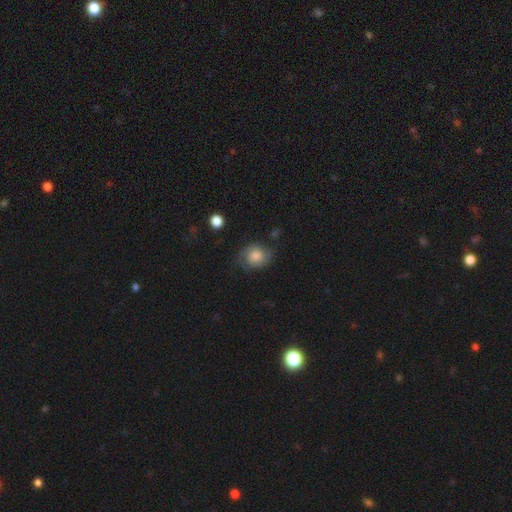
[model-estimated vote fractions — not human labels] smooth-or-featured: smooth: 49% | featured or disk: 41% | star or artifact: 10%
  merging: none: 64% | minor disturbance: 24% | major disturbance: 11% | merger: 2%